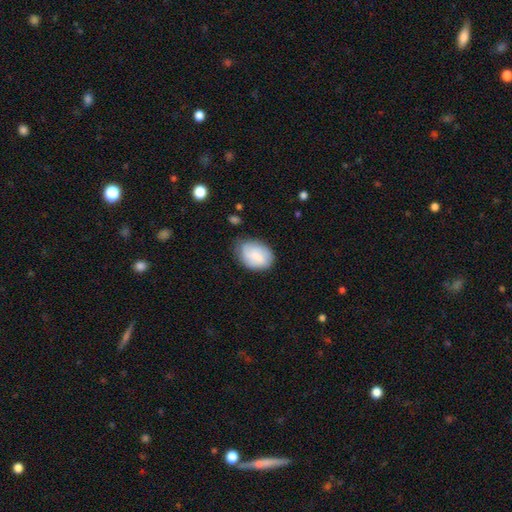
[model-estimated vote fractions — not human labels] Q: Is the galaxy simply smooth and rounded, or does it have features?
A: smooth — 60%.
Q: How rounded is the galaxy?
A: in between — 75%.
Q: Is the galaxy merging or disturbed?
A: none — 62%.